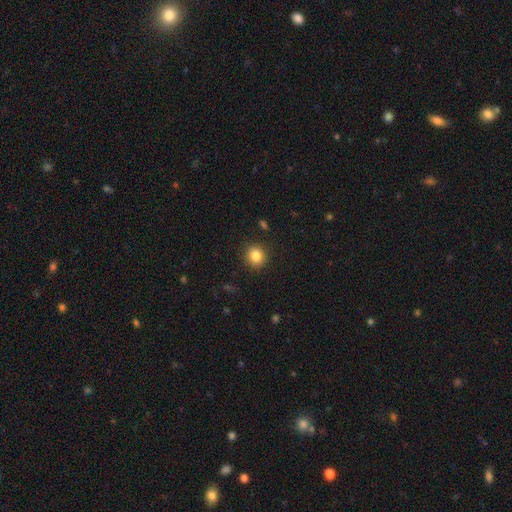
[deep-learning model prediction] Smooth or featured?
  - smooth: 84% *
  - star or artifact: 10%
  - featured or disk: 5%
How rounded?
  - round: 83% *
  - in between: 16%
  - cigar-shaped: 1%
Merging?
  - none: 90% *
  - minor disturbance: 7%
  - major disturbance: 2%
  - merger: 1%